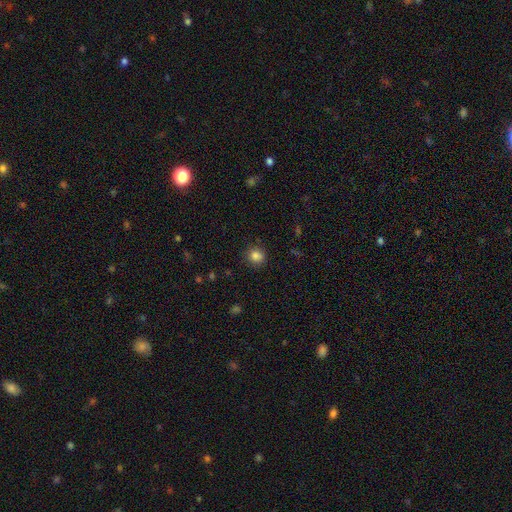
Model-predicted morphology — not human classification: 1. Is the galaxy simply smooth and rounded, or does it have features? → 84% smooth, 12% star or artifact, 5% featured or disk.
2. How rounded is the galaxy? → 86% round, 13% in between, 1% cigar-shaped.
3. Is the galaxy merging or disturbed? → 87% none, 9% minor disturbance, 3% major disturbance, 1% merger.